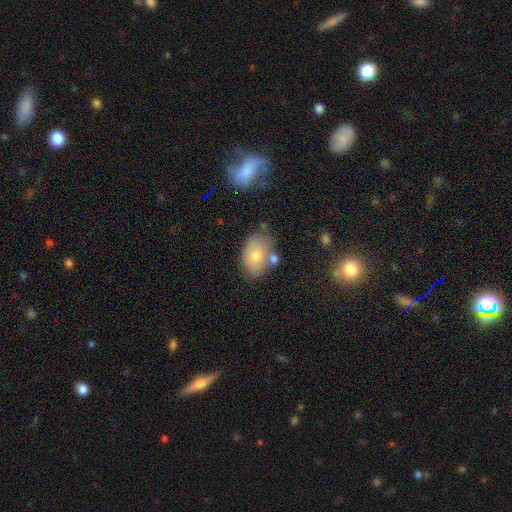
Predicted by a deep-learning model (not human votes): smooth-or-featured: smooth: 70% | featured or disk: 21% | star or artifact: 9%
  how-rounded: in between: 83% | round: 16% | cigar-shaped: 1%
  merging: none: 59% | minor disturbance: 21% | merger: 14% | major disturbance: 6%